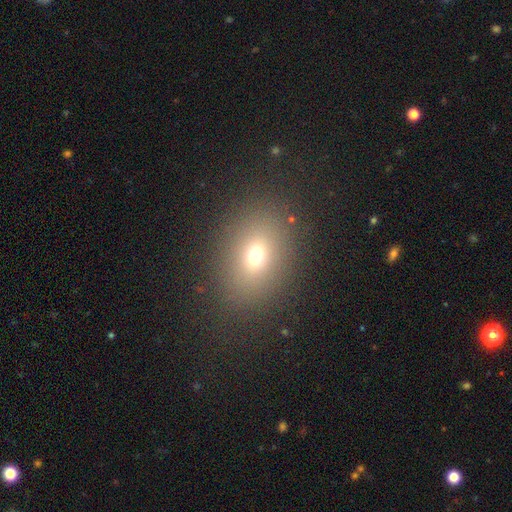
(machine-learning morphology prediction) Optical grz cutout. It shows a smooth galaxy with no disk features (69%) that is in between round and cigar-shaped (65%). Merging: none (85%).